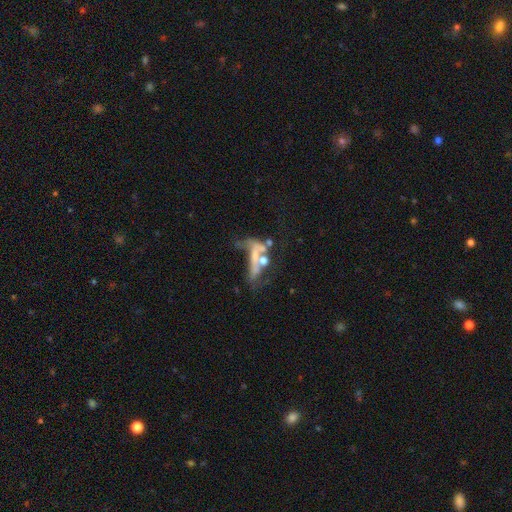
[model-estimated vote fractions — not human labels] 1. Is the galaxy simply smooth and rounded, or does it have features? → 50% featured or disk, 32% smooth, 18% star or artifact.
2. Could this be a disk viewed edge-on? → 81% no, 19% yes.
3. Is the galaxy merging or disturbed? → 35% major disturbance (tied), 35% merger (tied), 18% none, 12% minor disturbance.